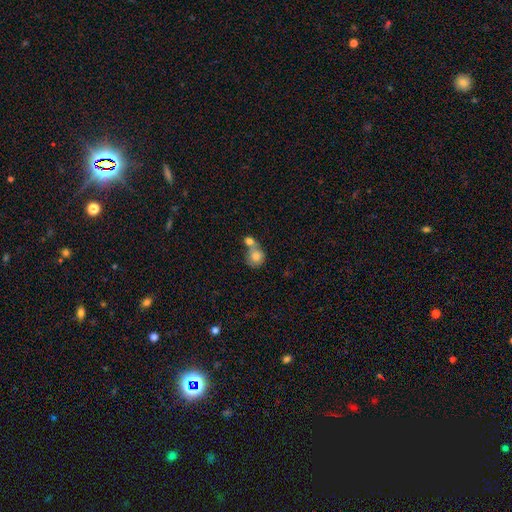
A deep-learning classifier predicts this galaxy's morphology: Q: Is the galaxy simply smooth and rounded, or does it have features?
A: smooth — 77%.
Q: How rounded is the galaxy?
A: round — 79%.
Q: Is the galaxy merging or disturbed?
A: merger — 59%.